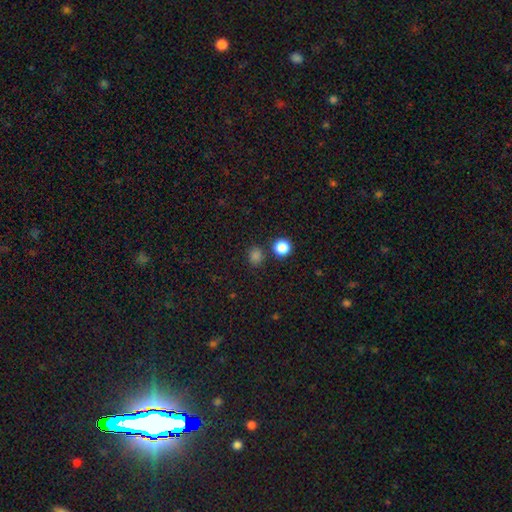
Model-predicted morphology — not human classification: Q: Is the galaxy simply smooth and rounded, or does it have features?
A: smooth — 80%.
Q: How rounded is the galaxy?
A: round — 80%.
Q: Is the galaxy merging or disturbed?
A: none — 80%.